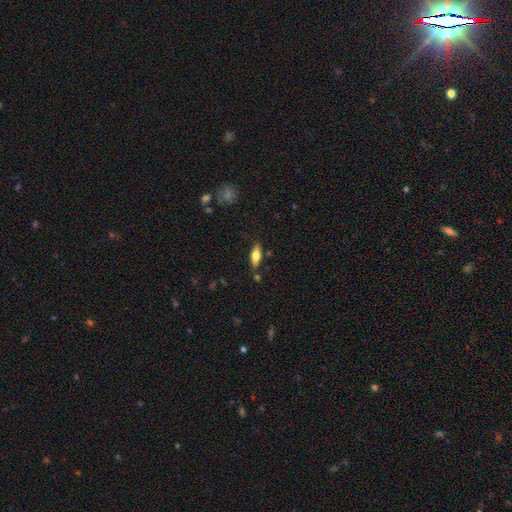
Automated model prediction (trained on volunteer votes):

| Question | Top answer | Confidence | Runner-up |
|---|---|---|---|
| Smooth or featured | smooth | 60% | featured or disk (33%) |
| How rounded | in between | 63% | cigar-shaped (34%) |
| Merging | none | 80% | minor disturbance (13%) |